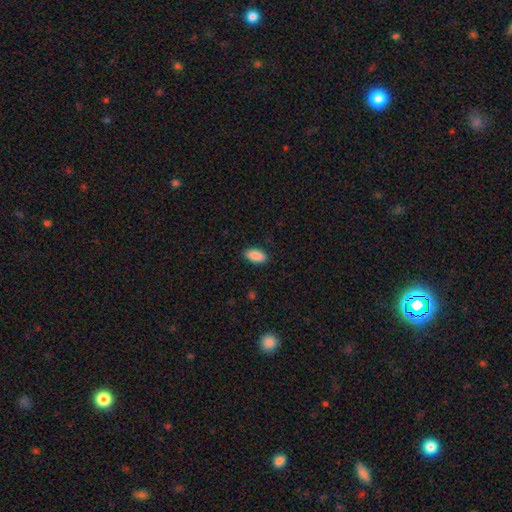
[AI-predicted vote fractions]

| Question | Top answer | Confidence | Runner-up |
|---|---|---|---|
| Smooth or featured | smooth | 90% | star or artifact (7%) |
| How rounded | in between | 93% | cigar-shaped (4%) |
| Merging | none | 88% | minor disturbance (9%) |